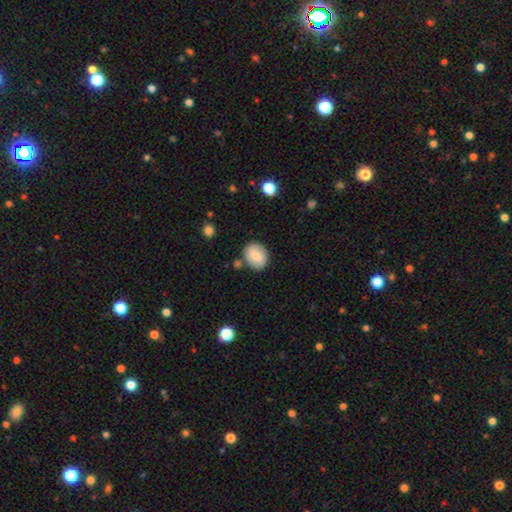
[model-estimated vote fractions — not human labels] Smooth or featured? Predicted: smooth (p=0.75). How rounded? Predicted: round (p=0.51). Merging? Predicted: none (p=0.79).